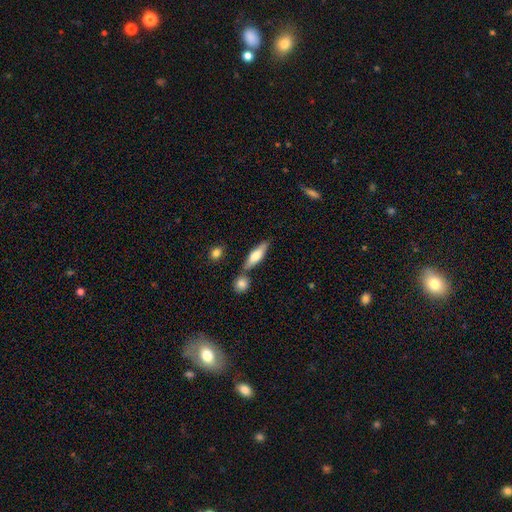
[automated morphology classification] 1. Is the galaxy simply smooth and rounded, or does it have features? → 60% smooth, 34% featured or disk, 6% star or artifact.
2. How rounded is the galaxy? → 57% cigar-shaped, 40% in between, 3% round.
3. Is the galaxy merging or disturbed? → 71% none, 14% merger, 12% minor disturbance, 3% major disturbance.